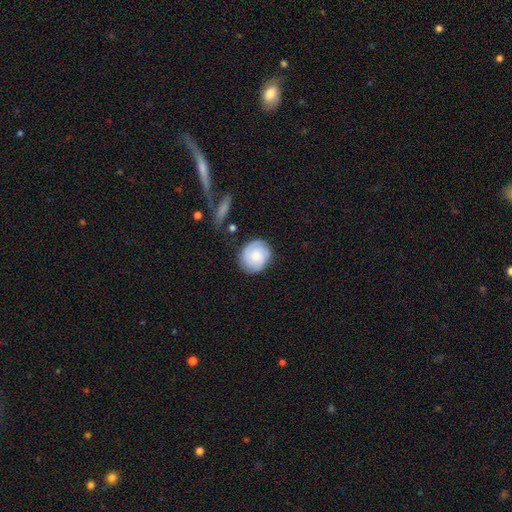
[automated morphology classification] This appears to be a featured or disk galaxy (53%) with no bar (73%), spiral arms (92%) and a moderate central bulge (38%). Merging: none (80%).